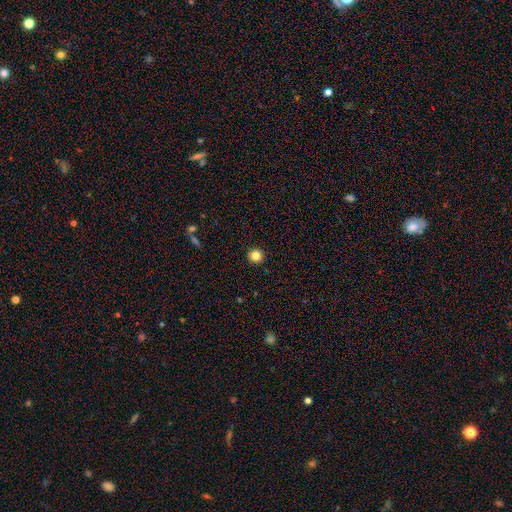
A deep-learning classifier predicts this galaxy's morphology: Smooth or featured? smooth (83%)
How rounded? round (95%)
Merging? none (93%)